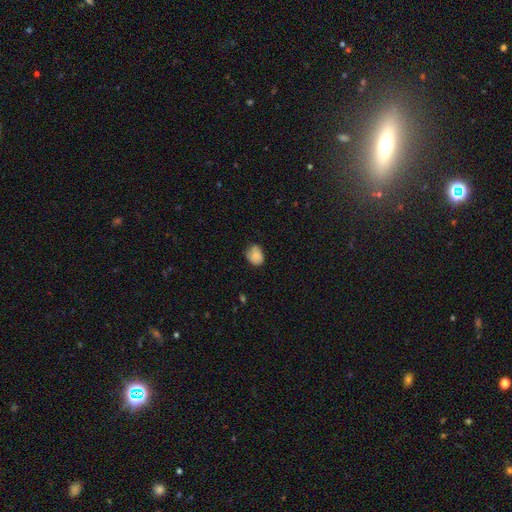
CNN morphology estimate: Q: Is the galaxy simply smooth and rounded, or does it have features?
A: smooth — 78%.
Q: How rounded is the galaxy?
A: in between — 53%.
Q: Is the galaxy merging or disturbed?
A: none — 56%.